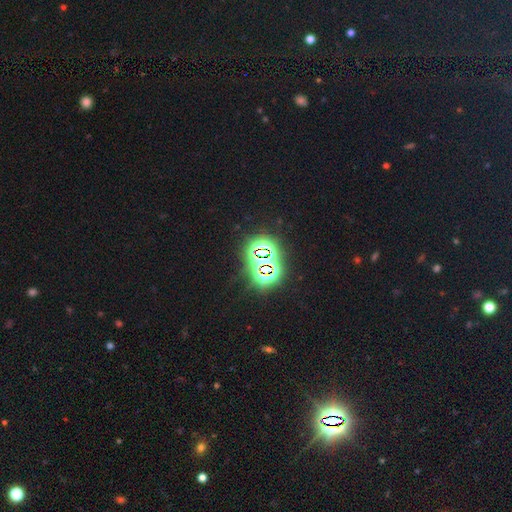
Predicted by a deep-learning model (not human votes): smooth-or-featured: star or artifact: 82% | smooth: 10% | featured or disk: 8%